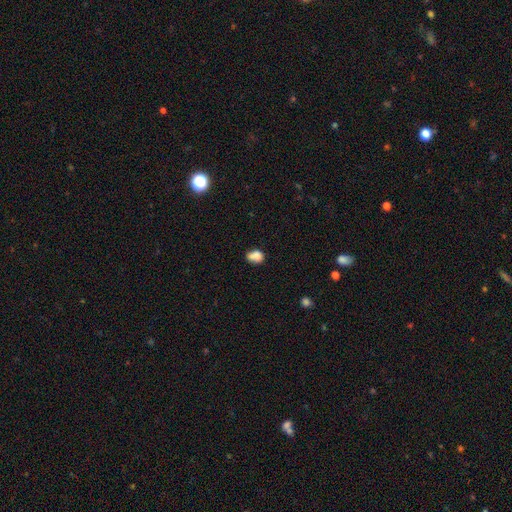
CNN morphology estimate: Smooth or featured? Predicted: smooth (p=0.78). How rounded? Predicted: in between (p=0.58). Merging? Predicted: none (p=0.41).